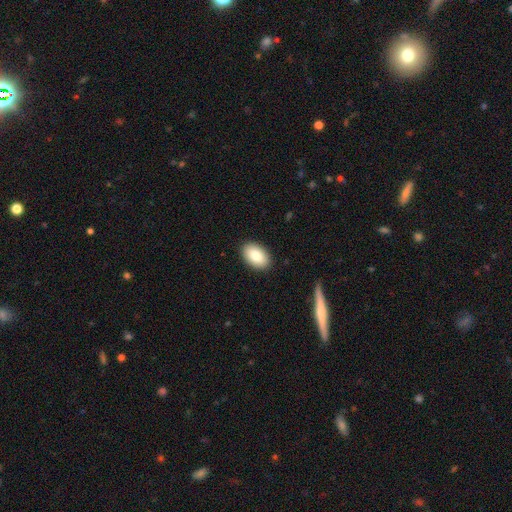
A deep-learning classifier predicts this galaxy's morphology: Smooth or featured?
  - smooth: 84% *
  - featured or disk: 9%
  - star or artifact: 7%
How rounded?
  - in between: 91% *
  - round: 8%
  - cigar-shaped: 1%
Merging?
  - none: 90% *
  - minor disturbance: 7%
  - major disturbance: 2%
  - merger: 1%